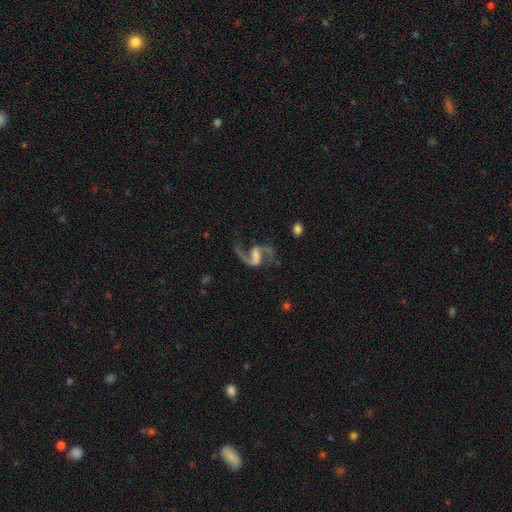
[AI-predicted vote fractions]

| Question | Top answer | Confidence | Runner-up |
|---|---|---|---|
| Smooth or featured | featured or disk | 91% | star or artifact (5%) |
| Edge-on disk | no | 98% | yes (2%) |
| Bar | weak | 44% | strong (36%) |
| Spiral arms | yes | 97% | no (3%) |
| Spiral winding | loose | 58% | medium (37%) |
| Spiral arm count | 2 | 92% | 1 (4%) |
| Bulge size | none | 48% | small (23%) |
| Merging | none | 68% | minor disturbance (15%) |